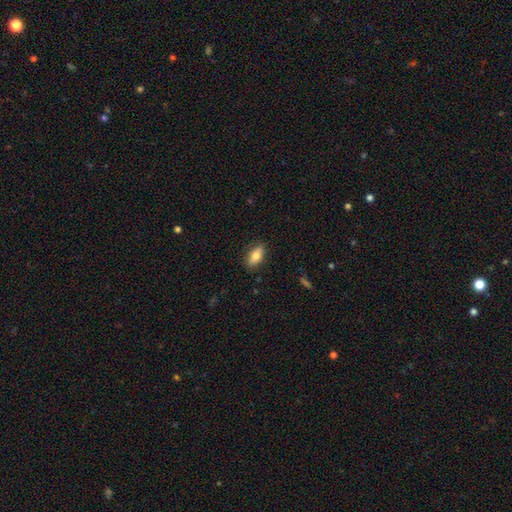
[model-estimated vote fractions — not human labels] A smooth galaxy with no disk features (76%) that is in between round and cigar-shaped (86%). Merging: none (84%).